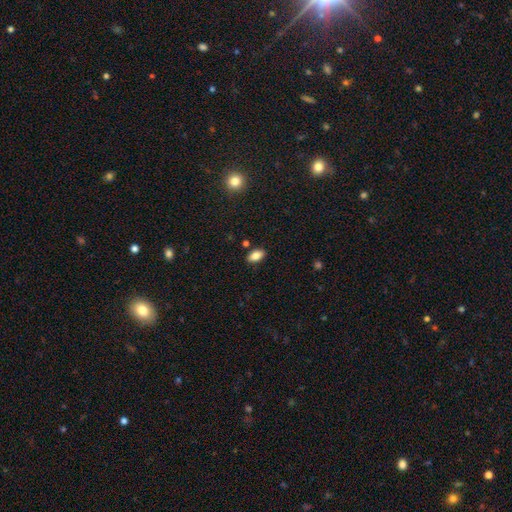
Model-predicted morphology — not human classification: type=smooth (84%); roundness=in between (91%); merging=none (86%).